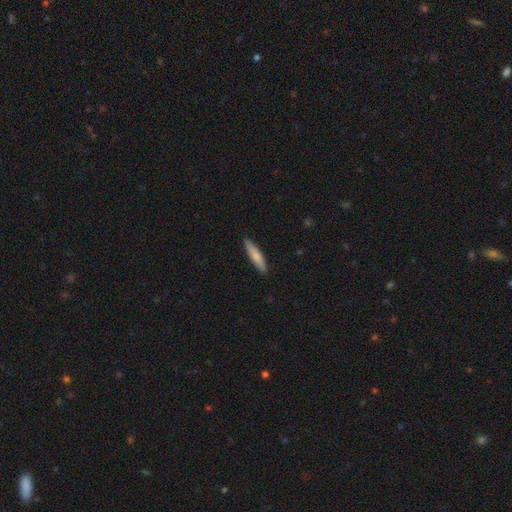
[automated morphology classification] Smooth or featured? smooth (77%)
How rounded? cigar-shaped (85%)
Merging? none (90%)